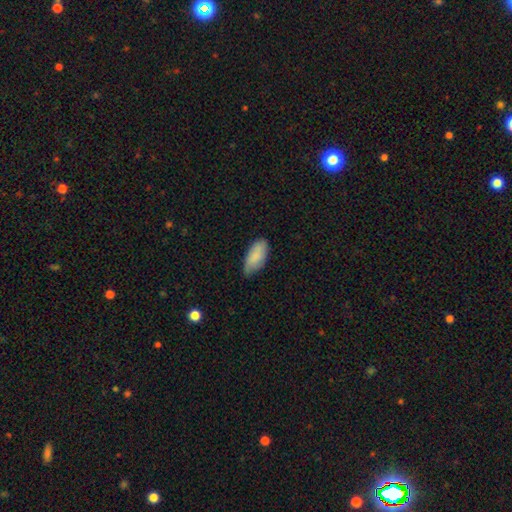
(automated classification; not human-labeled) The model was most divided on "merging": none: 70%, minor disturbance: 26%, major disturbance: 3%, merger: 1%. More confident: how rounded — in between (91%); smooth or featured — smooth (85%).